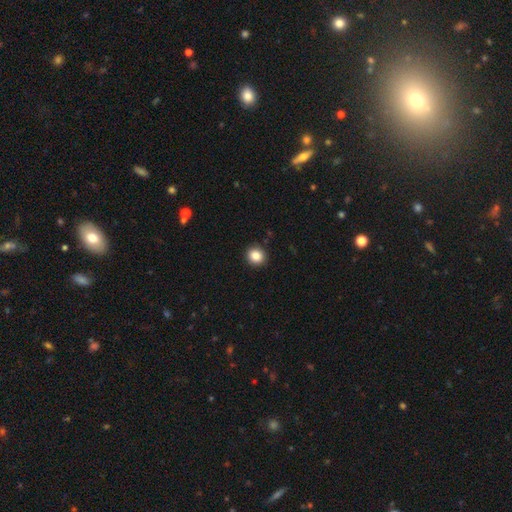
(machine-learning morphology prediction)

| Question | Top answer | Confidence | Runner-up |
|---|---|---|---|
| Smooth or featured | smooth | 86% | star or artifact (10%) |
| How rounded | round | 88% | in between (11%) |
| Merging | none | 92% | minor disturbance (6%) |